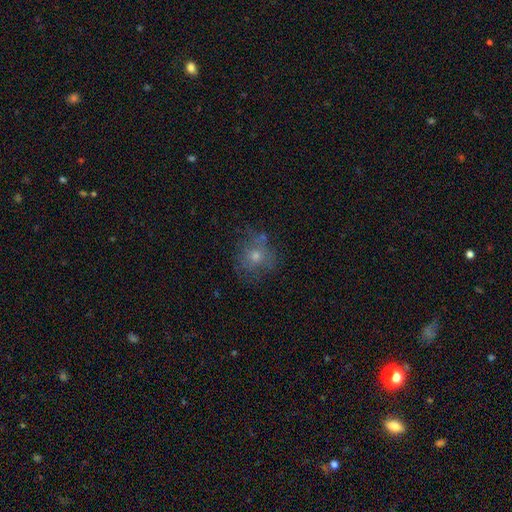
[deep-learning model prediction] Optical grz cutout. It shows a smooth galaxy with no disk features (50%). Merging: none (66%).